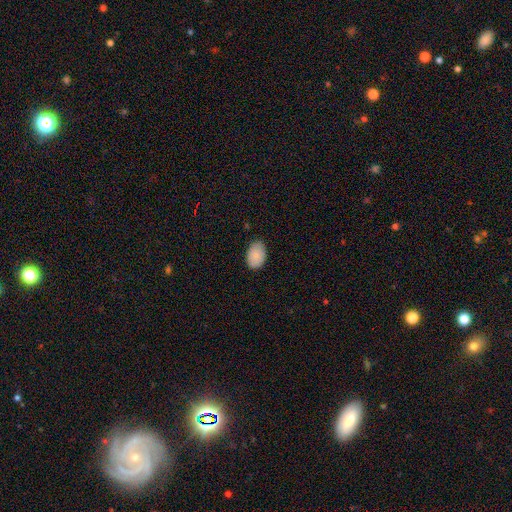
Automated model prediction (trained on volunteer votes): Smooth or featured?
  - smooth: 86% *
  - featured or disk: 7%
  - star or artifact: 6%
How rounded?
  - in between: 88% *
  - round: 11%
  - cigar-shaped: 1%
Merging?
  - none: 79% *
  - minor disturbance: 18%
  - major disturbance: 2%
  - merger: 1%